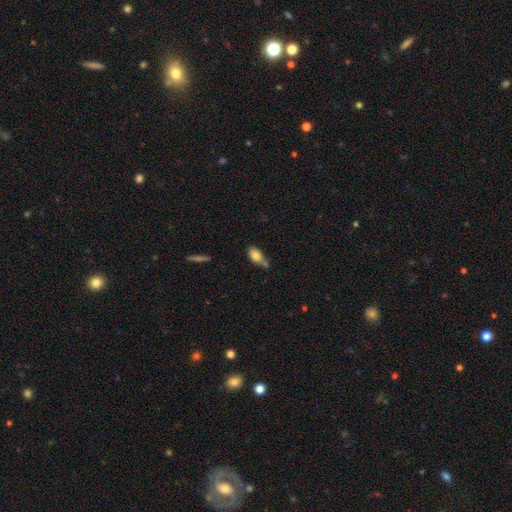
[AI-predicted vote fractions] A smooth galaxy with no disk features (81%) that is in between round and cigar-shaped (89%). Merging: none (53%).